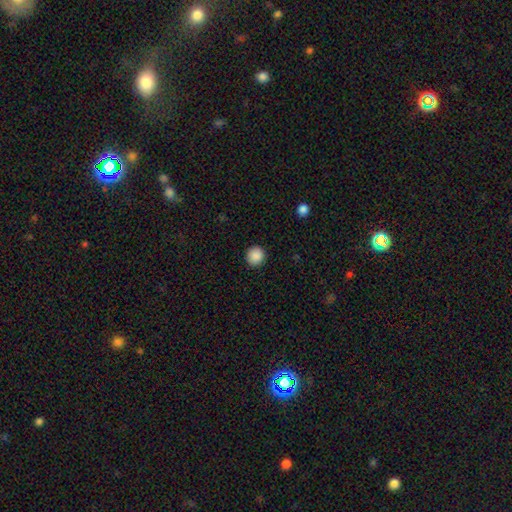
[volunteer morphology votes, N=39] Smooth or featured: smooth — 95% (featured or disk — 5%)
How rounded: round — 97% (cigar-shaped — 3%)
Merging: none — 92% (minor disturbance — 3%)